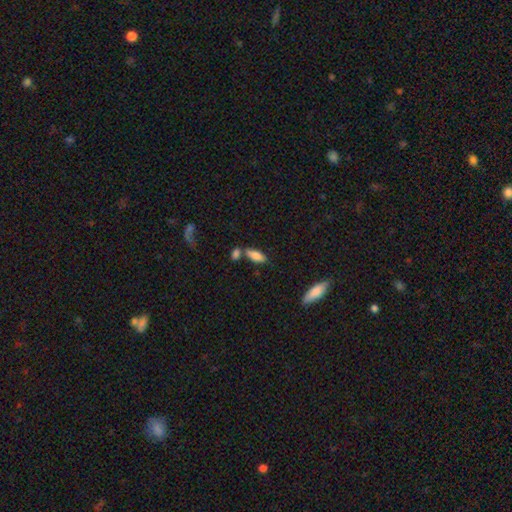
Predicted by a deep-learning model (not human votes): Smooth or featured: smooth — 79% (featured or disk — 14%)
How rounded: in between — 80% (cigar-shaped — 17%)
Merging: none — 59% (merger — 22%)